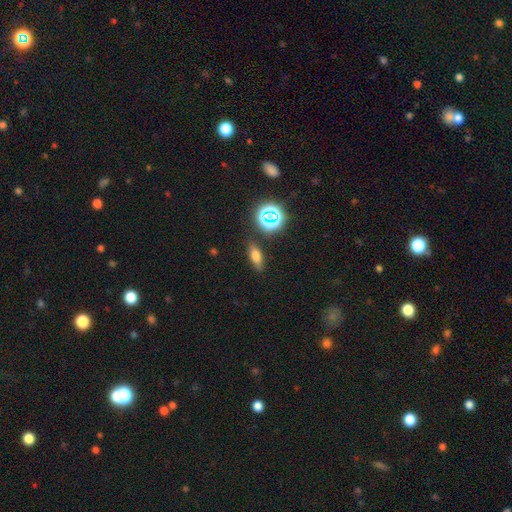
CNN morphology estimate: smooth 62%, featured or disk 20%, star or artifact 18%. Down the decision tree: how rounded — in between (54%); merging — none (85%).